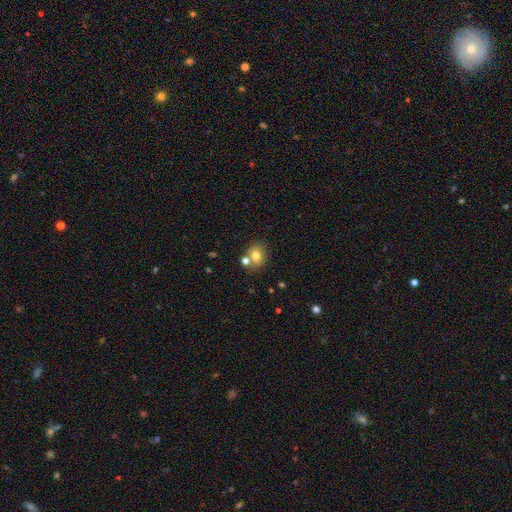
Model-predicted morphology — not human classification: A smooth galaxy with no disk features (77%) that is round (63%).

Vote fractions:
- Smooth or featured? smooth: 77% / star or artifact: 12% / featured or disk: 11%
- How rounded? round: 63% / in between: 36% / cigar-shaped: 1%
- Merging? none: 64% / merger: 22% / minor disturbance: 11% / major disturbance: 3%